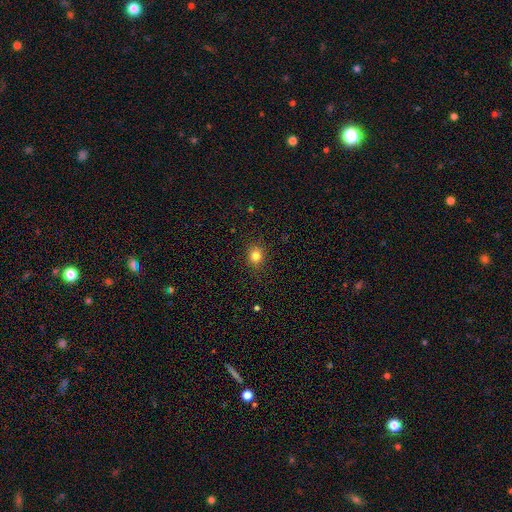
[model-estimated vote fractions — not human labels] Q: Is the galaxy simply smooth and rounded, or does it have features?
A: smooth — 81%.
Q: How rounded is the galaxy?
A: round — 78%.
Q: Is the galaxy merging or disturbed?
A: none — 89%.